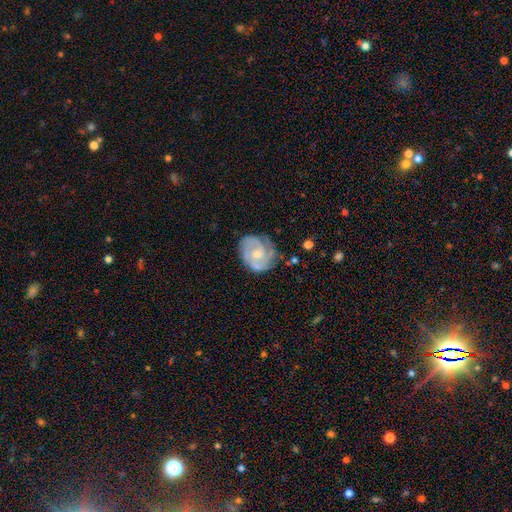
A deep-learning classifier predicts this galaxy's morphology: This appears to be a featured or disk galaxy (82%) with no bar (65%), 2 (49%) tight (56%) spiral arms (95%) and a small central bulge (54%). Merging: none (69%).